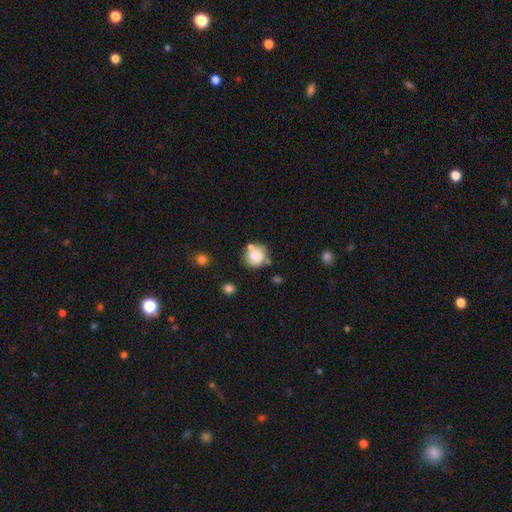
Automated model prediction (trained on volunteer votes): Q: Smooth or featured?
A: smooth (75%); runner-up: featured or disk (15%)
Q: How rounded?
A: round (81%); runner-up: in between (18%)
Q: Merging?
A: none (53%); runner-up: merger (22%)